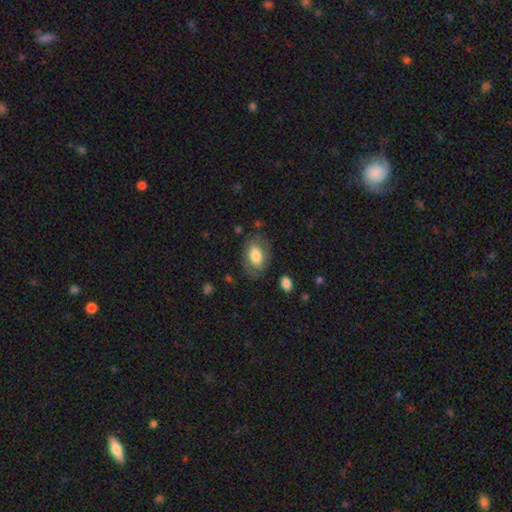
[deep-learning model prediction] Overall: smooth (73%). How rounded: in between (87%). Merging: none (73%).